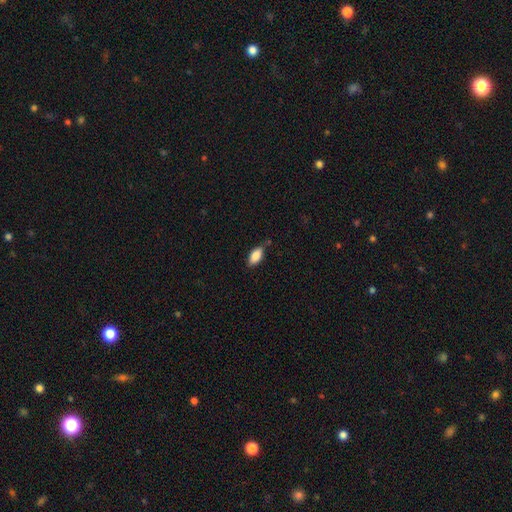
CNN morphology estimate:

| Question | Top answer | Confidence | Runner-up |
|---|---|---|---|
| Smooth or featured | smooth | 85% | featured or disk (8%) |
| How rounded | in between | 89% | cigar-shaped (8%) |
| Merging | none | 74% | minor disturbance (20%) |